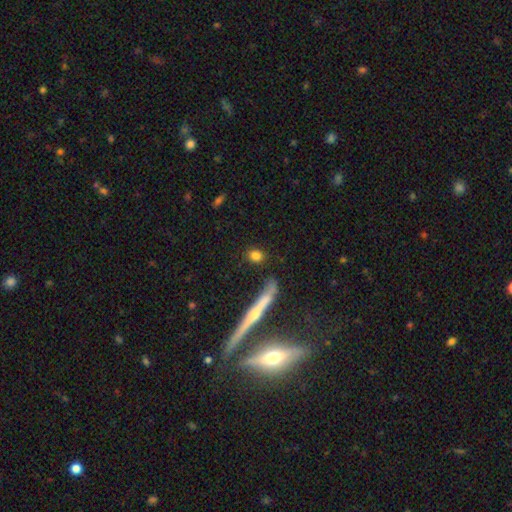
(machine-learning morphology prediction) A smooth galaxy with no disk features (81%) that is round (48%).

Vote fractions:
- Smooth or featured? smooth: 81% / featured or disk: 10% / star or artifact: 9%
- How rounded? round: 48% / in between: 40% / cigar-shaped: 11%
- Merging? none: 82% / minor disturbance: 10% / merger: 4% / major disturbance: 4%